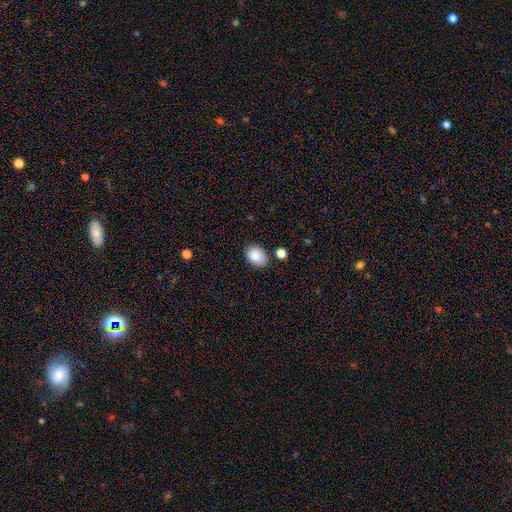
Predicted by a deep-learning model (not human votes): Smooth or featured?
  - smooth: 87% *
  - star or artifact: 8%
  - featured or disk: 5%
How rounded?
  - in between: 76% *
  - round: 23%
  - cigar-shaped: 1%
Merging?
  - none: 79% *
  - minor disturbance: 13%
  - merger: 4%
  - major disturbance: 3%